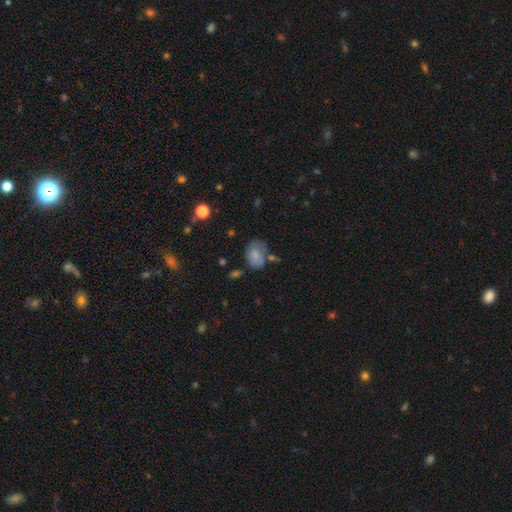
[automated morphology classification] Q: Smooth or featured?
A: smooth (78%); runner-up: featured or disk (13%)
Q: How rounded?
A: in between (68%); runner-up: round (31%)
Q: Merging?
A: none (54%); runner-up: minor disturbance (26%)